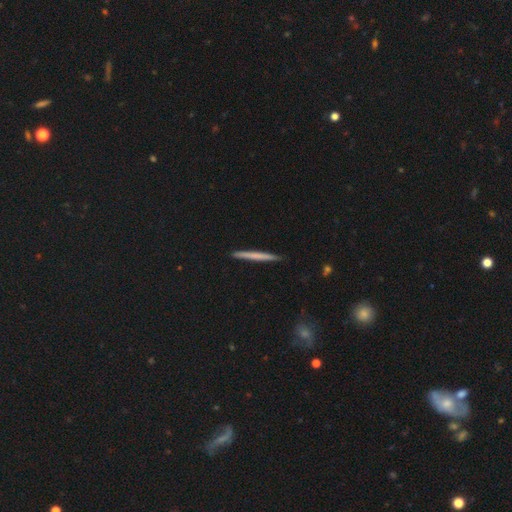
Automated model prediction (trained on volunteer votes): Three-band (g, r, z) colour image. It shows a smooth galaxy with no disk features (56%) that is cigar-shaped (97%). Merging: none (92%).